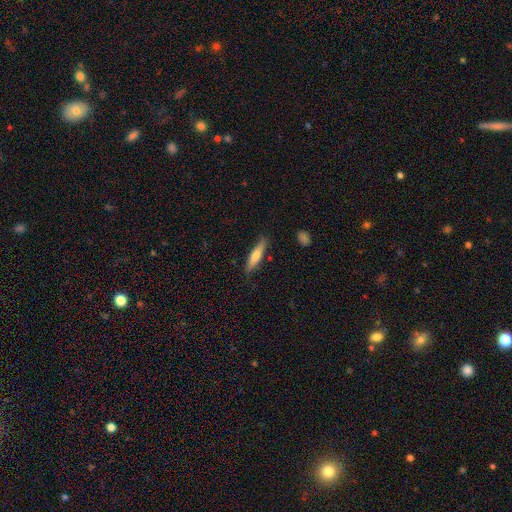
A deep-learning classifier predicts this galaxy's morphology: The model was most divided on "smooth or featured": smooth: 58%, featured or disk: 36%, star or artifact: 6%. More confident: merging — none (84%); how rounded — cigar-shaped (84%).